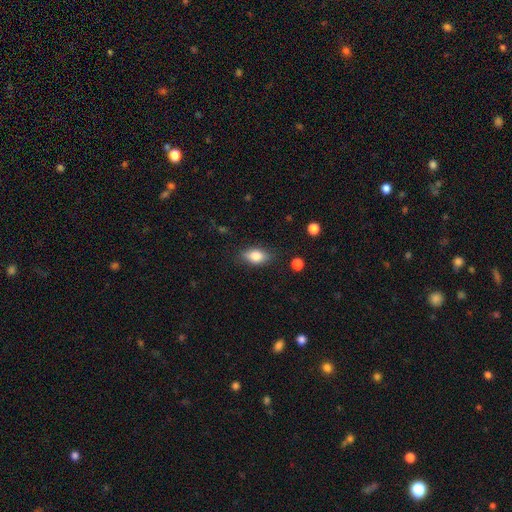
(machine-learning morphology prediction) smooth 78%, featured or disk 14%, star or artifact 8%. Down the decision tree: how rounded — in between (84%); merging — none (82%).